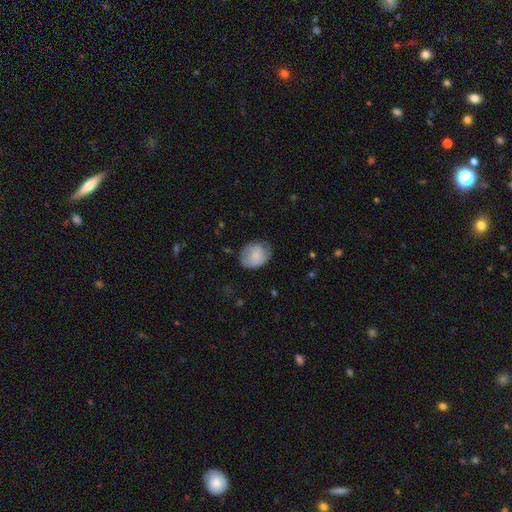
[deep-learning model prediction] A smooth galaxy with no disk features (72%) that is round (50%). Merging: none (62%).